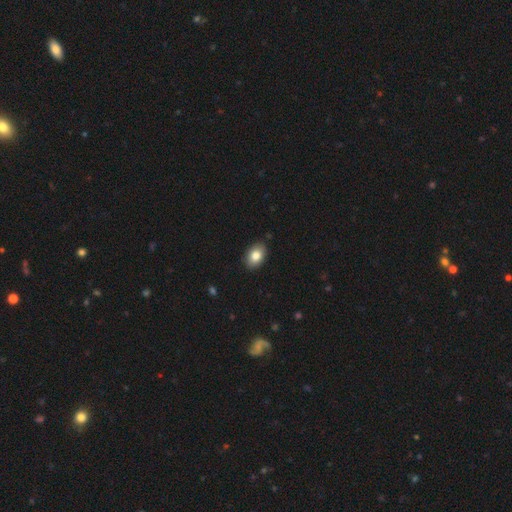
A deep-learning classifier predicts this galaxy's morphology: type=smooth (83%); roundness=in between (86%); merging=none (88%).